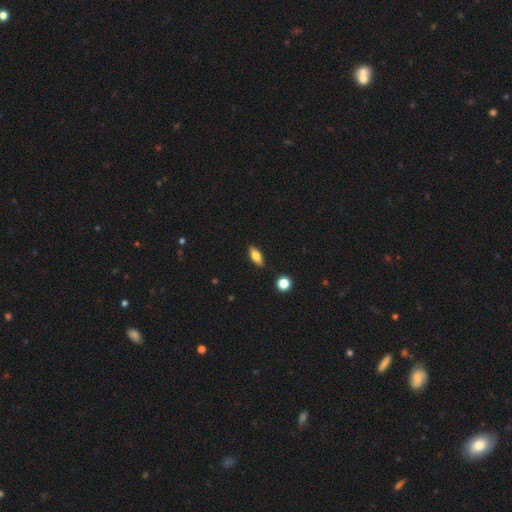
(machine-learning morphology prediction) Smooth or featured: smooth — 75% (featured or disk — 18%)
How rounded: in between — 79% (cigar-shaped — 17%)
Merging: none — 87% (minor disturbance — 9%)